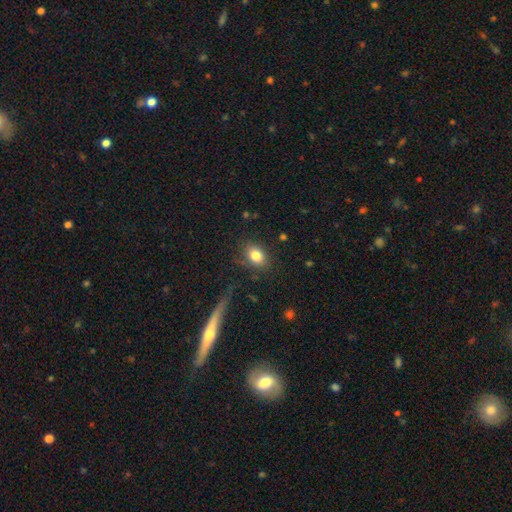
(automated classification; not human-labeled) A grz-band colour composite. It shows a smooth galaxy with no disk features (82%) that is in between round and cigar-shaped (70%). Merging: none (80%).